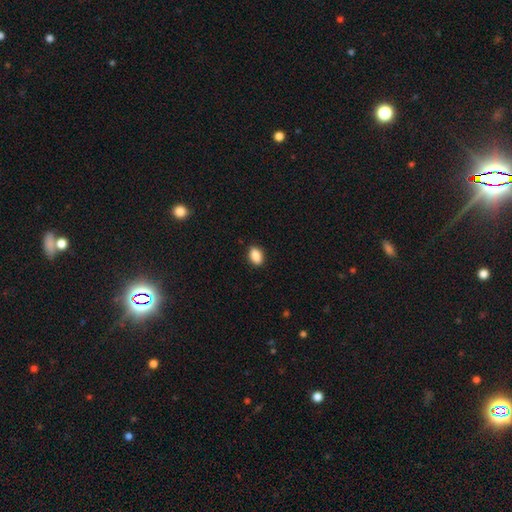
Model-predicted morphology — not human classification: The model was most divided on "how rounded": in between: 86%, round: 12%, cigar-shaped: 2%. More confident: smooth or featured — smooth (89%); merging — none (88%).